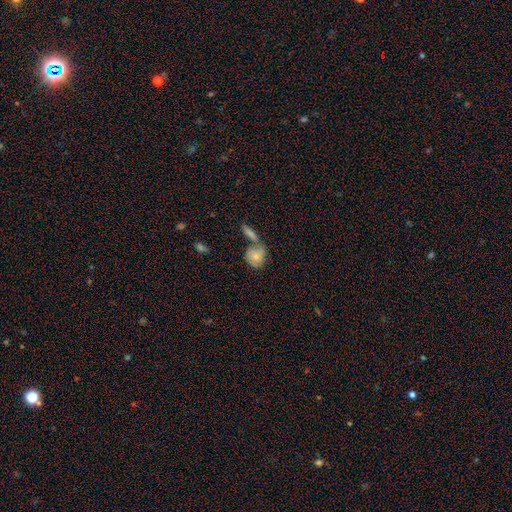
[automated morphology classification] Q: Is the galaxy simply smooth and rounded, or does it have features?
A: smooth — 68%.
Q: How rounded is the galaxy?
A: round — 57%.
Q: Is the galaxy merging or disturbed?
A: none — 43%.